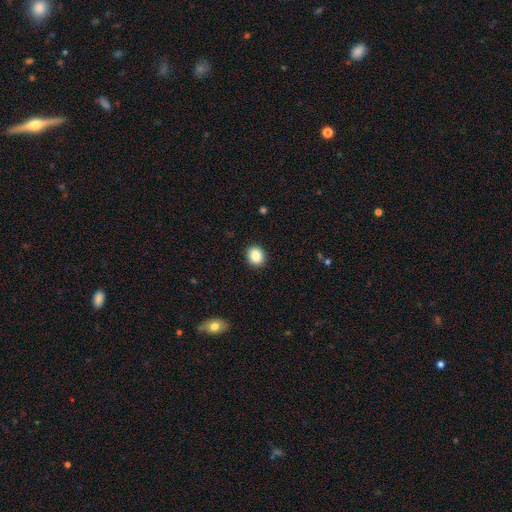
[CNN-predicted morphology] Q: Smooth or featured?
A: smooth (87%); runner-up: star or artifact (9%)
Q: How rounded?
A: round (75%); runner-up: in between (24%)
Q: Merging?
A: none (92%); runner-up: minor disturbance (5%)